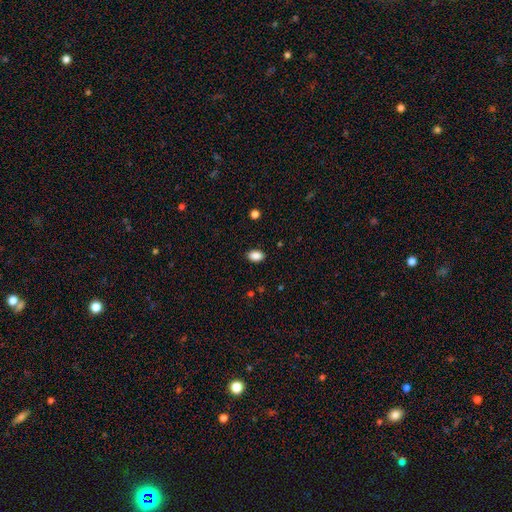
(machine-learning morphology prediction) Overall: smooth (88%). How rounded: in between (88%). Merging: none (88%).